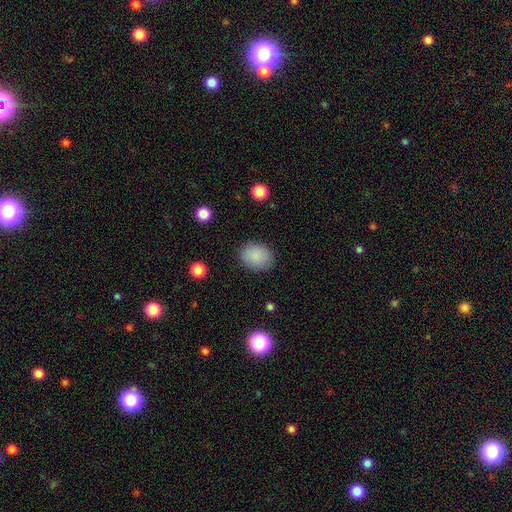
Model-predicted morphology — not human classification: Smooth or featured? Predicted: smooth (p=0.87). How rounded? Predicted: in between (p=0.63). Merging? Predicted: none (p=0.86).